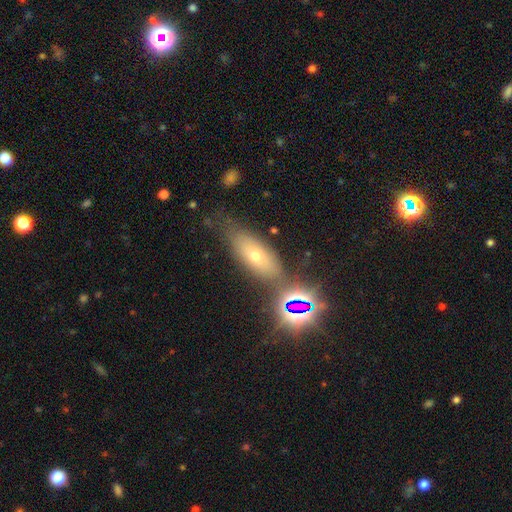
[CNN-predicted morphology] Smooth or featured?
  - smooth: 49% *
  - featured or disk: 27%
  - star or artifact: 24%
Merging?
  - none: 67% *
  - minor disturbance: 18%
  - merger: 9%
  - major disturbance: 7%